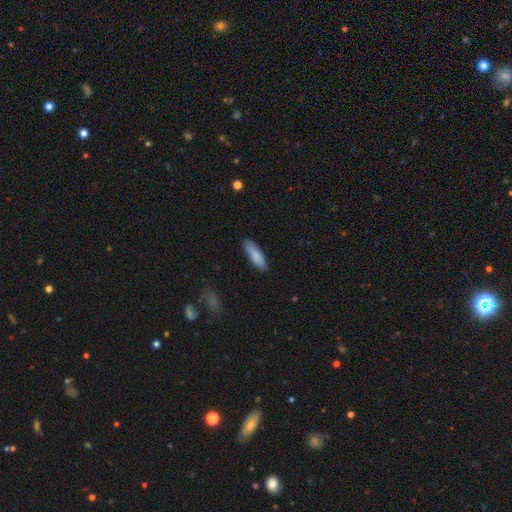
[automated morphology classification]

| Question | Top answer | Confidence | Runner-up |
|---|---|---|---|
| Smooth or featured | smooth | 84% | featured or disk (11%) |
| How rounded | cigar-shaped | 60% | in between (39%) |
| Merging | none | 85% | minor disturbance (12%) |